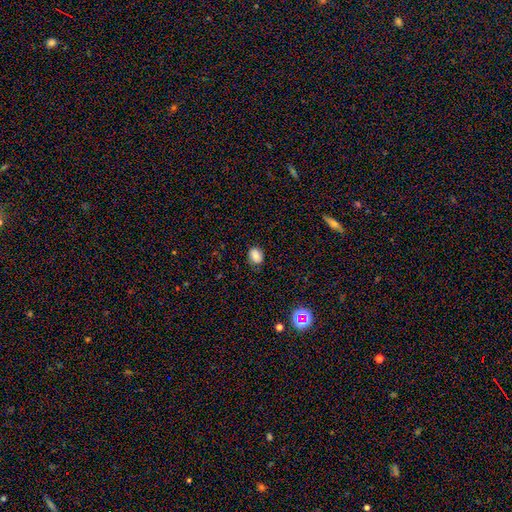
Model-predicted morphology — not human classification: Q: Smooth or featured?
A: smooth (80%); runner-up: star or artifact (11%)
Q: How rounded?
A: in between (54%); runner-up: round (45%)
Q: Merging?
A: none (79%); runner-up: minor disturbance (16%)